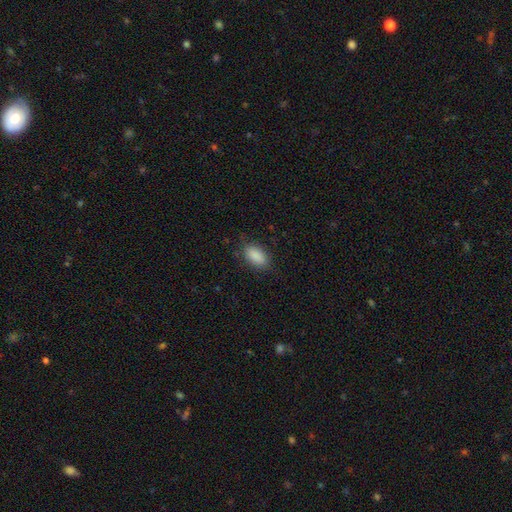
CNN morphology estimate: smooth 89%, star or artifact 7%, featured or disk 4%. Down the decision tree: how rounded — in between (91%); merging — none (82%).